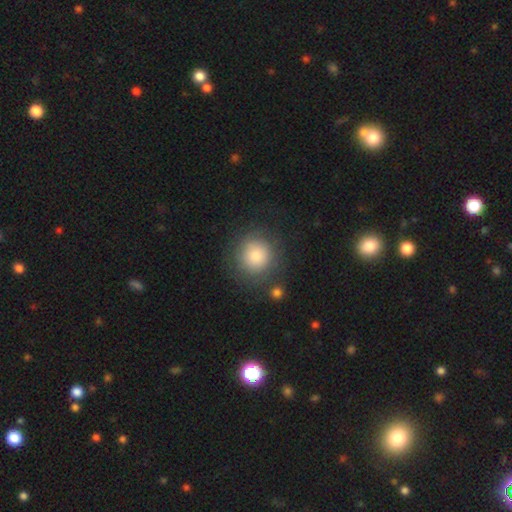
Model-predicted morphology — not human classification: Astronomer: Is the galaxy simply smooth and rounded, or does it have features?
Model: smooth — 81%.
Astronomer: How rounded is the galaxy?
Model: round — 92%.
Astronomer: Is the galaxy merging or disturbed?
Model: none — 79%.